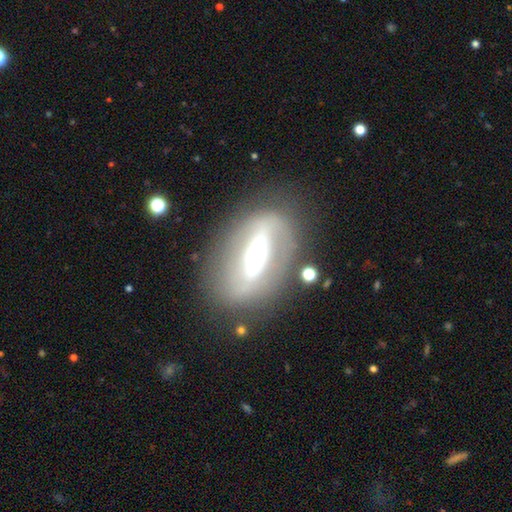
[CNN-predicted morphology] Smooth or featured?
  - featured or disk: 72% *
  - smooth: 21%
  - star or artifact: 7%
Edge-on disk?
  - no: 76% *
  - yes: 24%
Bar?
  - strong: 70% *
  - weak: 18%
  - no: 13%
Spiral arms?
  - no: 69% *
  - yes: 31%
Bulge size?
  - moderate: 62% *
  - large: 20%
  - small: 12%
  - dominant: 4%
  - none: 1%
Merging?
  - none: 75% *
  - minor disturbance: 13%
  - major disturbance: 9%
  - merger: 3%